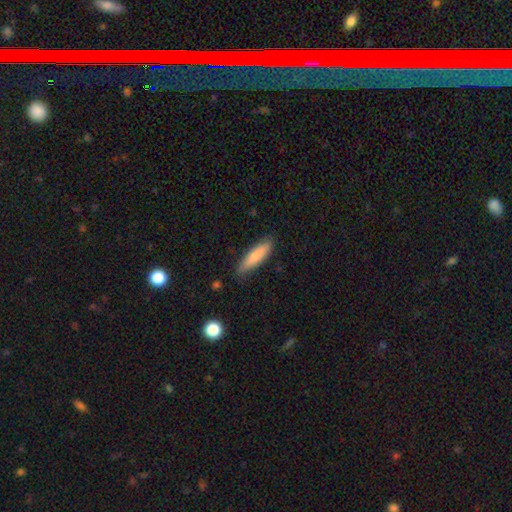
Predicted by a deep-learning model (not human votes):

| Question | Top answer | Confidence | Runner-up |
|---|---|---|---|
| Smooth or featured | smooth | 80% | featured or disk (15%) |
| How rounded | cigar-shaped | 73% | in between (25%) |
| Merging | none | 84% | minor disturbance (13%) |